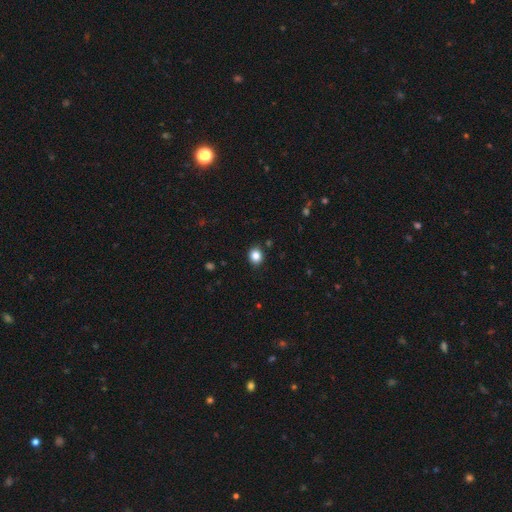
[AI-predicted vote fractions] smooth-or-featured: smooth: 85% | star or artifact: 11% | featured or disk: 5%
  how-rounded: round: 70% | in between: 29% | cigar-shaped: 1%
  merging: none: 89% | minor disturbance: 7% | major disturbance: 2% | merger: 1%